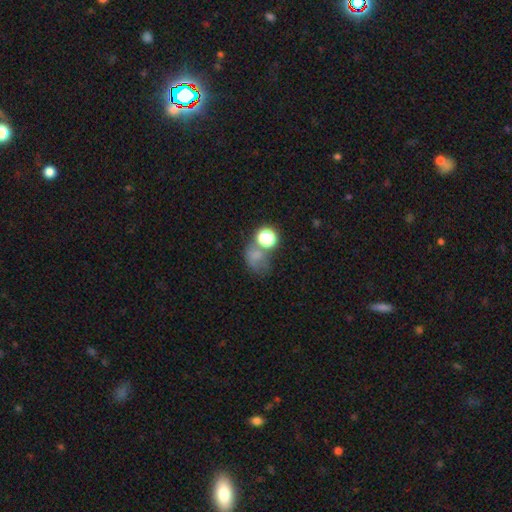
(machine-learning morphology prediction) A smooth galaxy with no disk features (62%) that is round (55%). Merging: none (39%).